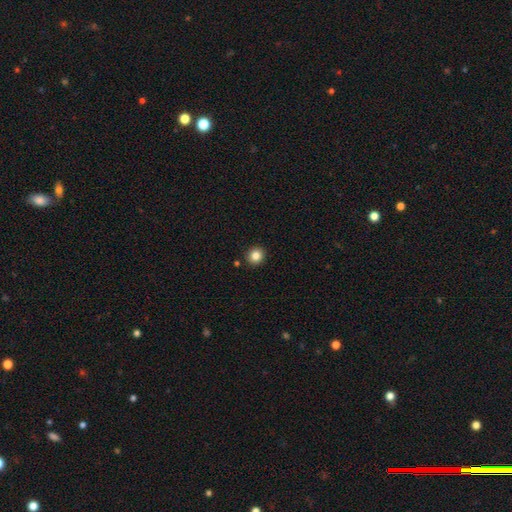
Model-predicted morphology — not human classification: A smooth galaxy with no disk features (84%) that is round (92%). Merging: none (91%).